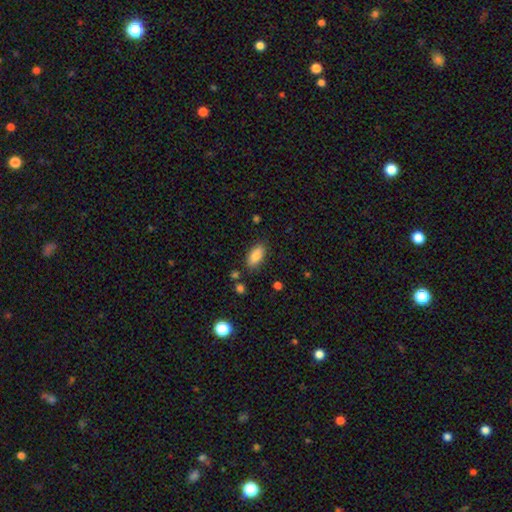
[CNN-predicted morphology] This appears to be a smooth galaxy with no disk features (85%) that is in between round and cigar-shaped (89%). Merging: none (83%).